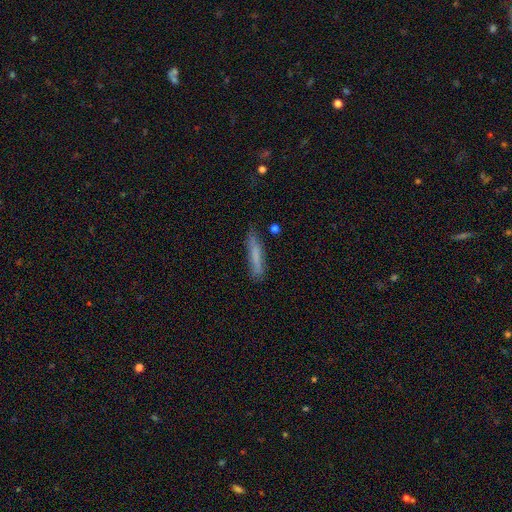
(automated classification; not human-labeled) smooth_or_featured: smooth (p=0.68) [alt: featured or disk p=0.25]
how_rounded: cigar-shaped (p=0.91) [alt: in between p=0.07]
merging: none (p=0.74) [alt: minor disturbance p=0.19]